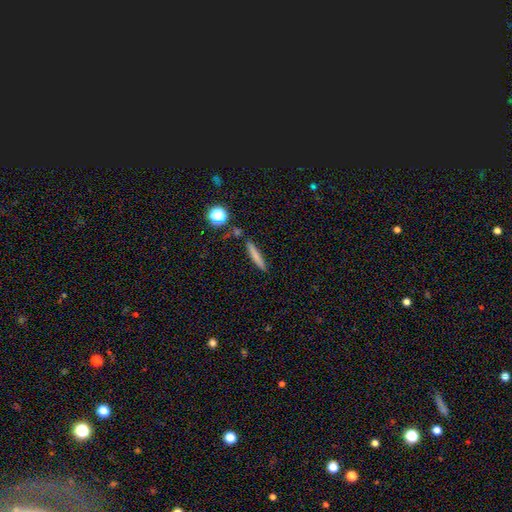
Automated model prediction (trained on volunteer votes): A smooth galaxy with no disk features (72%) that is cigar-shaped (92%). Merging: none (83%).